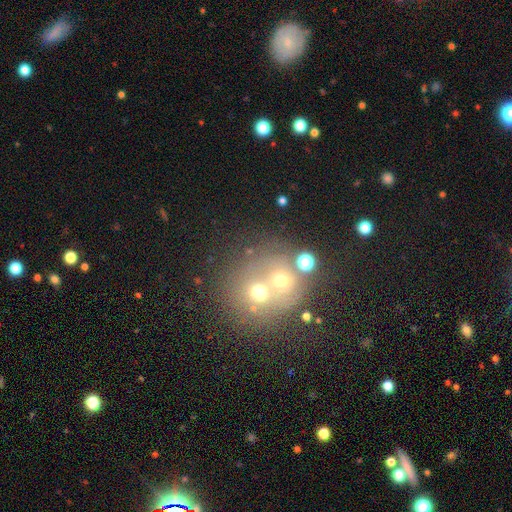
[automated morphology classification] Smooth or featured? smooth (43%)
Merging? none (51%)